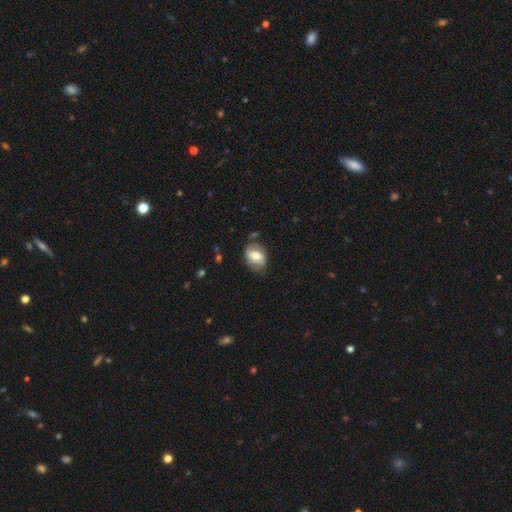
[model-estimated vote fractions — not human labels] A smooth galaxy with no disk features (50%) that is in between round and cigar-shaped (77%). Merging: none (62%).